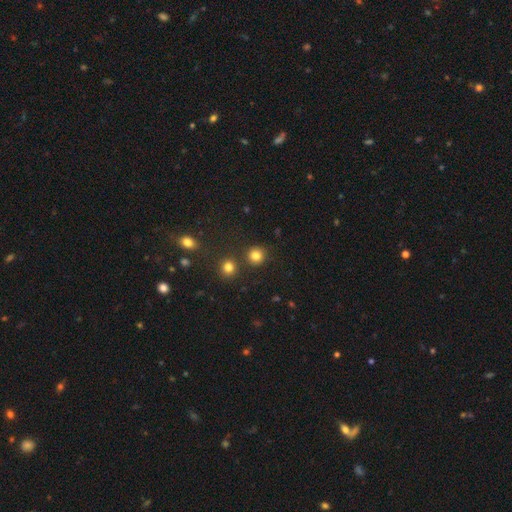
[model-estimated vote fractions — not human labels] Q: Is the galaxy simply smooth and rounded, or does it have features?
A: smooth — 82%.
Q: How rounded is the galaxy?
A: round — 91%.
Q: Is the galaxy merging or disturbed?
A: none — 85%.